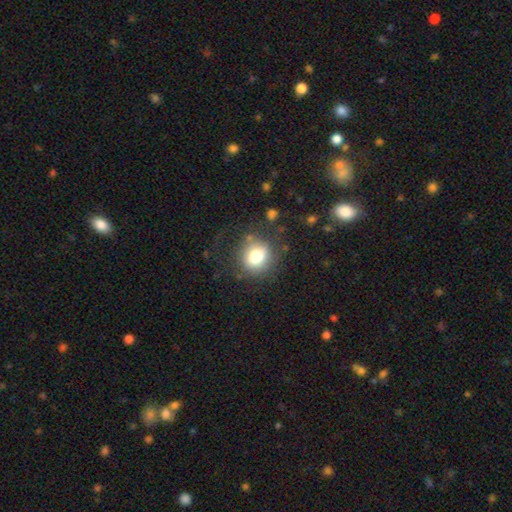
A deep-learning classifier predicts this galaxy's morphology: Smooth or featured? smooth (76%)
How rounded? round (76%)
Merging? none (75%)